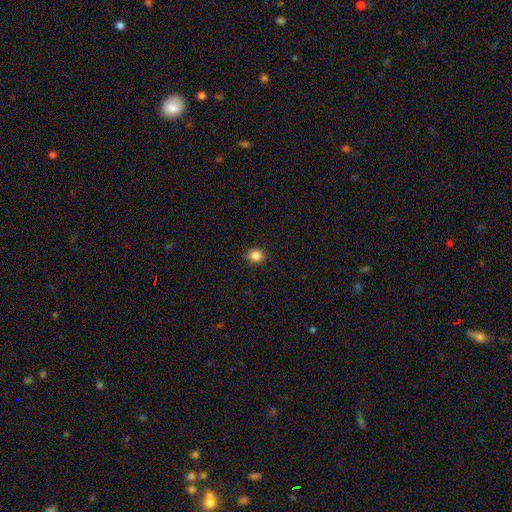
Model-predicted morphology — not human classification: smooth-or-featured: smooth: 85% | star or artifact: 11% | featured or disk: 4%
  how-rounded: round: 74% | in between: 25% | cigar-shaped: 1%
  merging: none: 87% | minor disturbance: 10% | major disturbance: 2% | merger: 1%